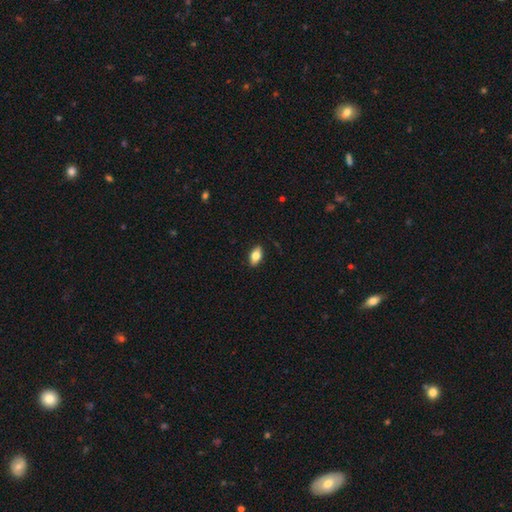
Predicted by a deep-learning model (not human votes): This appears to be a smooth galaxy with no disk features (76%) that is in between round and cigar-shaped (89%). Merging: none (89%).